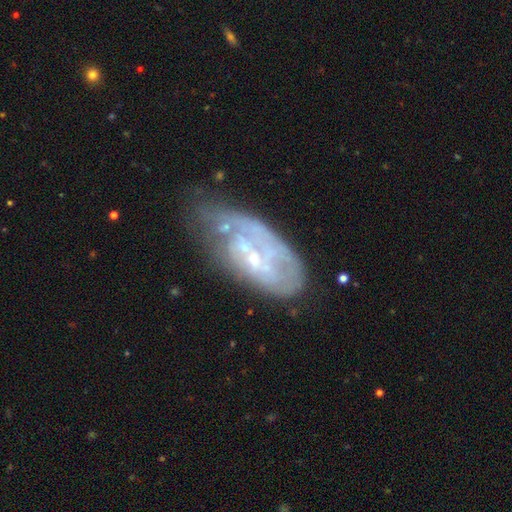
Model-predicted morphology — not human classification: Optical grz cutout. It shows a featured or disk galaxy (69%) with no bar (67%), spiral arms (51%) and a small central bulge (69%). Merging: none (33%).